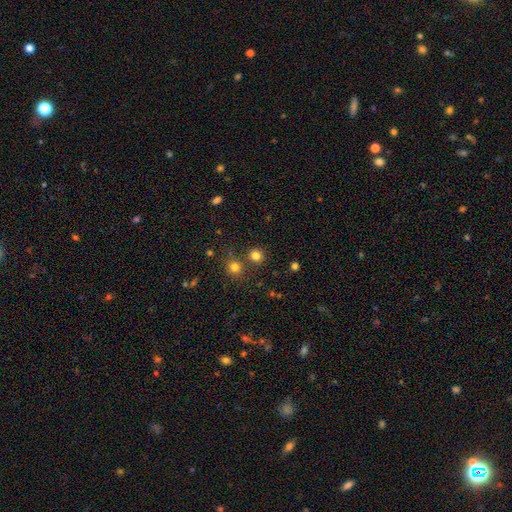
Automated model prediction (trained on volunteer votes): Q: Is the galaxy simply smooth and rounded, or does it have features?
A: smooth — 79%.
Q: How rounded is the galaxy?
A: round — 92%.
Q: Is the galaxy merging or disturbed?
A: none — 78%.